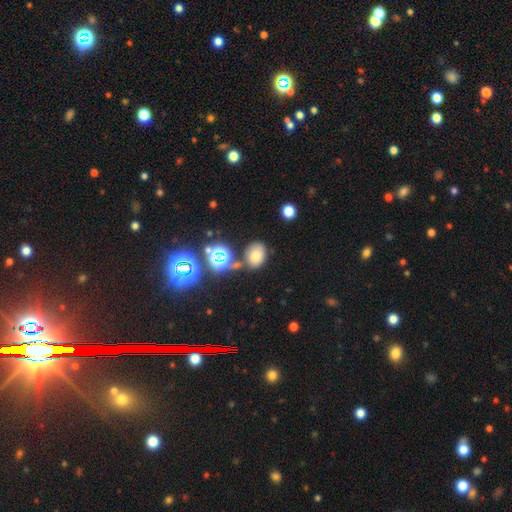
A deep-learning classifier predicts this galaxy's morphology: The model was most divided on "how rounded": in between: 59%, round: 40%, cigar-shaped: 1%. More confident: merging — none (68%); smooth or featured — smooth (68%).